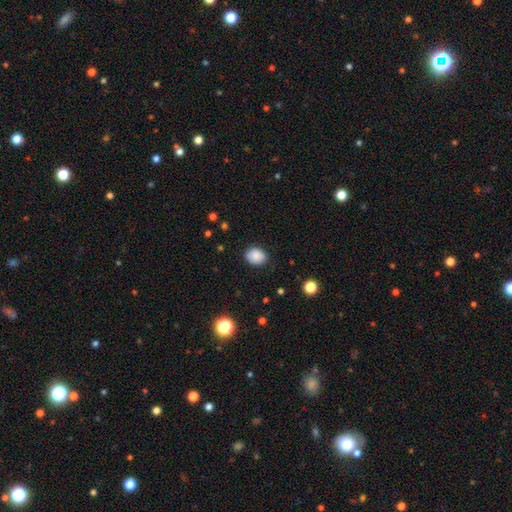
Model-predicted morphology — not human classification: smooth-or-featured: smooth: 87% | star or artifact: 9% | featured or disk: 5%
  how-rounded: in between: 55% | round: 44% | cigar-shaped: 1%
  merging: none: 82% | minor disturbance: 14% | major disturbance: 3% | merger: 1%